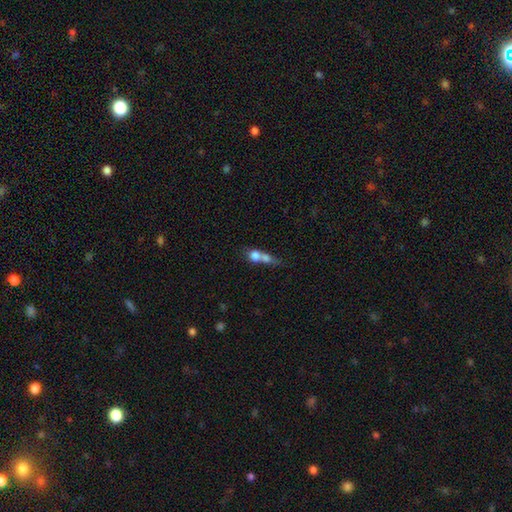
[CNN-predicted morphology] type=smooth (68%); roundness=round (55%); merging=merger (71%).